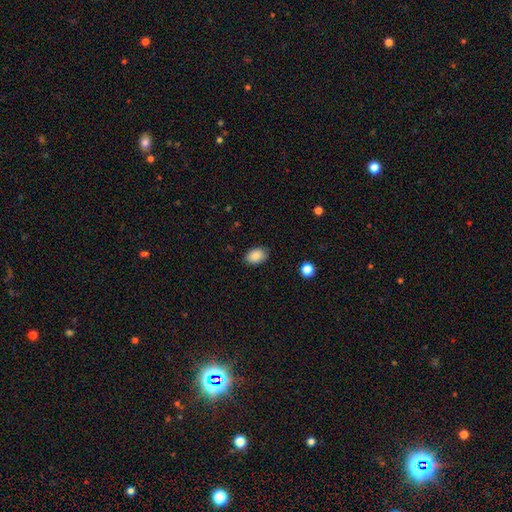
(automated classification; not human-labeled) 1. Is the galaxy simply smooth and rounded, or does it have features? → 87% smooth, 8% star or artifact, 5% featured or disk.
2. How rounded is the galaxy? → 83% in between, 16% round, 1% cigar-shaped.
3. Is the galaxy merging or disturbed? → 85% none, 12% minor disturbance, 2% major disturbance, 1% merger.